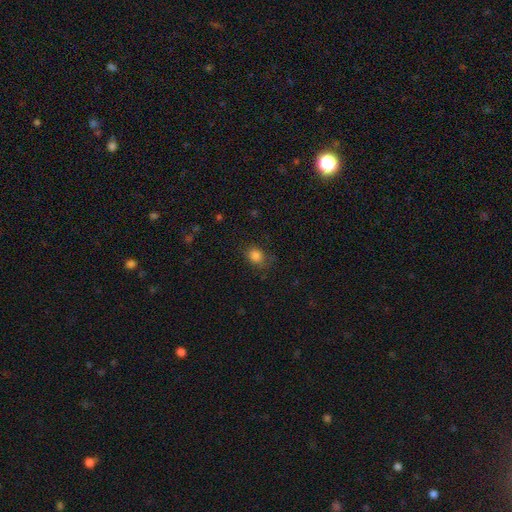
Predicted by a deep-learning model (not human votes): Morphology: type=smooth (83%); roundness=round (58%); merging=none (68%).